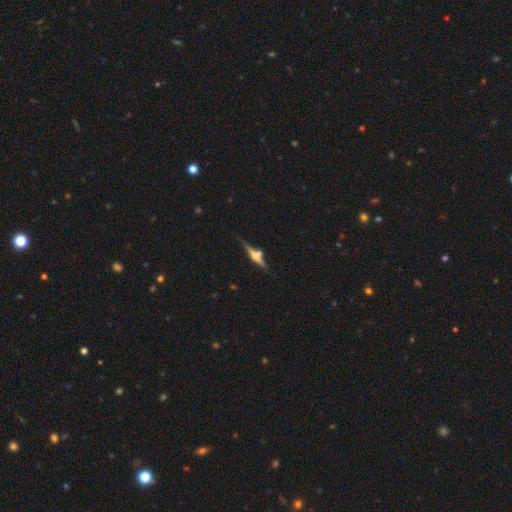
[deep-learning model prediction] featured or disk 70%, smooth 23%, star or artifact 7%. Down the decision tree: edge-on disk — yes (96%); edge-on bulge — rounded (85%); merging — none (73%).